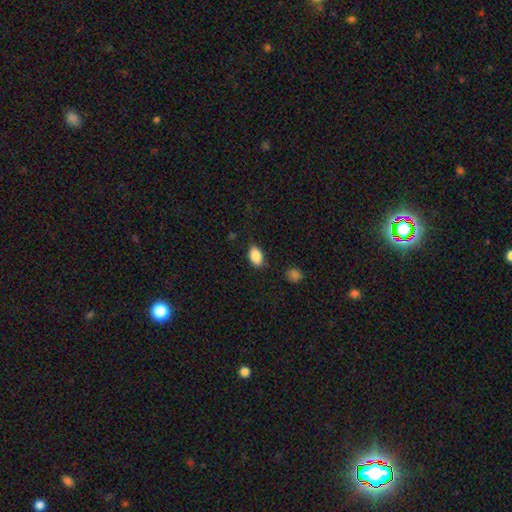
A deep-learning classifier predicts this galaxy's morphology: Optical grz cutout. It shows a smooth galaxy with no disk features (87%) that is in between round and cigar-shaped (89%). Merging: none (83%).